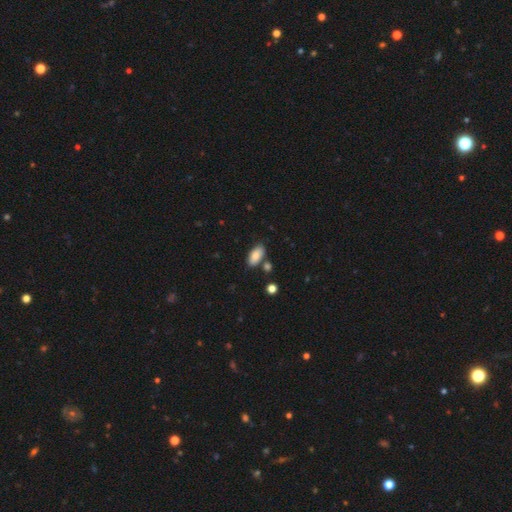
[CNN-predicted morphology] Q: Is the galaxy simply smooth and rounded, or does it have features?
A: smooth — 84%.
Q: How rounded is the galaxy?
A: in between — 92%.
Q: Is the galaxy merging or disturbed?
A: none — 77%.